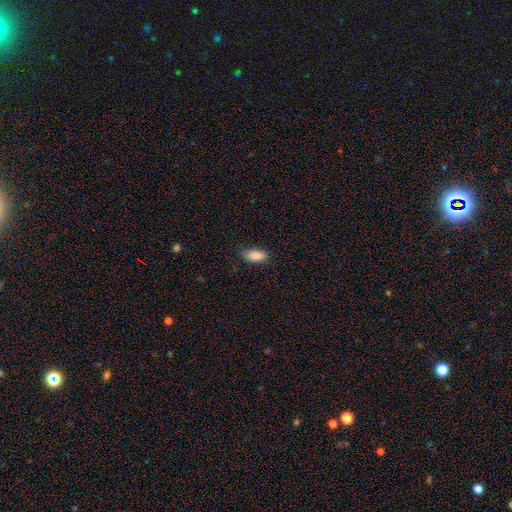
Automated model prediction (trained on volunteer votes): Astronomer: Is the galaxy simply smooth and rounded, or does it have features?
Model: smooth — 89%.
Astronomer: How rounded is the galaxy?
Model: in between — 90%.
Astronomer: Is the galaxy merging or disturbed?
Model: none — 82%.